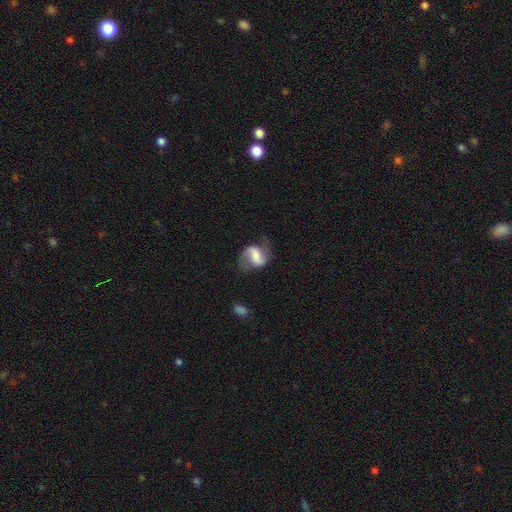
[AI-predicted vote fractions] Smooth or featured?
  - featured or disk: 70% *
  - smooth: 22%
  - star or artifact: 7%
Edge-on disk?
  - no: 97% *
  - yes: 3%
Bar?
  - weak: 39% * (tied)
  - strong: 39% * (tied)
  - no: 22%
Spiral arms?
  - yes: 90% *
  - no: 10%
Spiral winding?
  - loose: 47% *
  - medium: 41%
  - tight: 12%
Spiral arm count?
  - 2: 88% *
  - 1: 6%
  - can't tell: 4%
  - 3: 1%
  - 4: 1%
  - more than 4: 1%
Bulge size?
  - large: 28% *
  - moderate: 27%
  - none: 20%
  - small: 19%
  - dominant: 6%
Merging?
  - none: 57% *
  - minor disturbance: 22%
  - major disturbance: 18%
  - merger: 2%